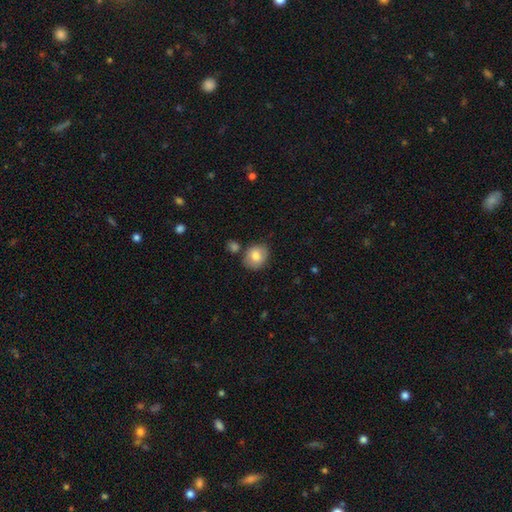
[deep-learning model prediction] This appears to be a smooth galaxy with no disk features (79%) that is round (55%). Merging: none (76%).